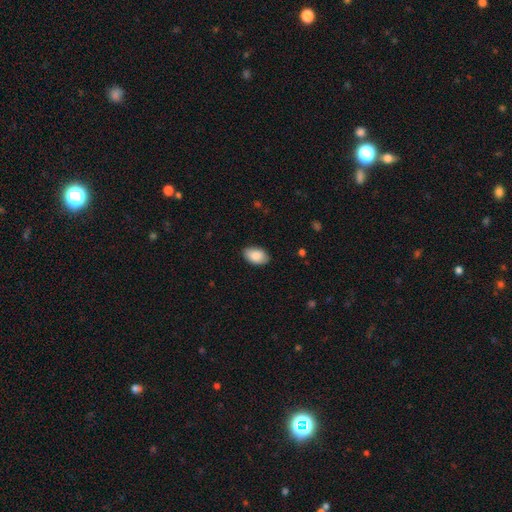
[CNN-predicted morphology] Smooth or featured? Predicted: smooth (p=0.88). How rounded? Predicted: in between (p=0.93). Merging? Predicted: none (p=0.85).